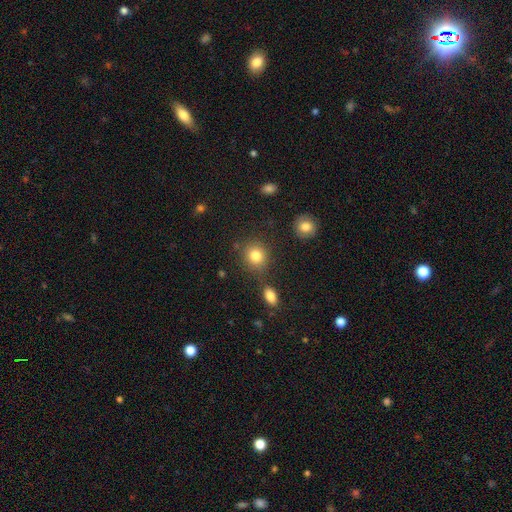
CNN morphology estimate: This appears to be a smooth galaxy with no disk features (83%) that is round (79%). Merging: none (76%).